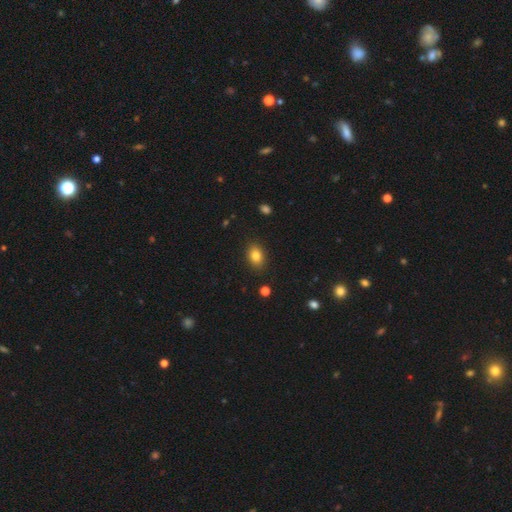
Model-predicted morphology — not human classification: smooth-or-featured: smooth: 82% | star or artifact: 10% | featured or disk: 8%
  how-rounded: in between: 75% | round: 24% | cigar-shaped: 1%
  merging: none: 88% | minor disturbance: 9% | major disturbance: 2% | merger: 1%